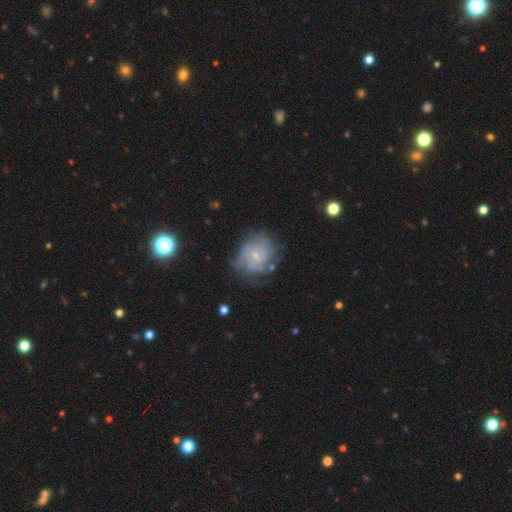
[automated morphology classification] featured or disk 66%, smooth 24%, star or artifact 9%. Down the decision tree: edge-on disk — no (98%); bar — no (76%); spiral arms — yes (77%); spiral arm count — can't tell (55%); spiral winding — tight (59%); bulge size — small (74%); merging — none (56%).